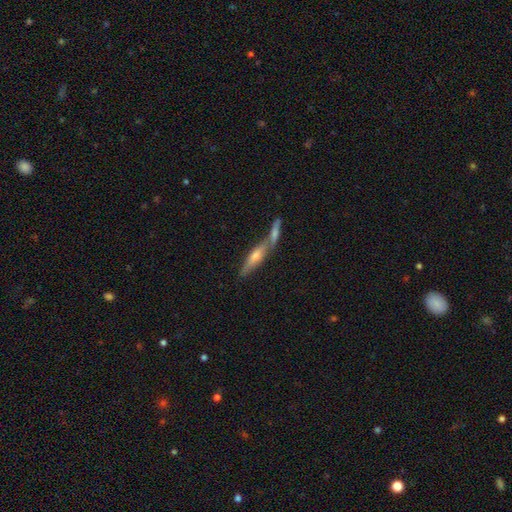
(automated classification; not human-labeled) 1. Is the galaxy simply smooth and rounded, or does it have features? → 56% featured or disk, 36% smooth, 8% star or artifact.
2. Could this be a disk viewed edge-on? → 86% yes, 14% no.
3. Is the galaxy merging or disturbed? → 46% none, 42% merger, 9% minor disturbance, 3% major disturbance.